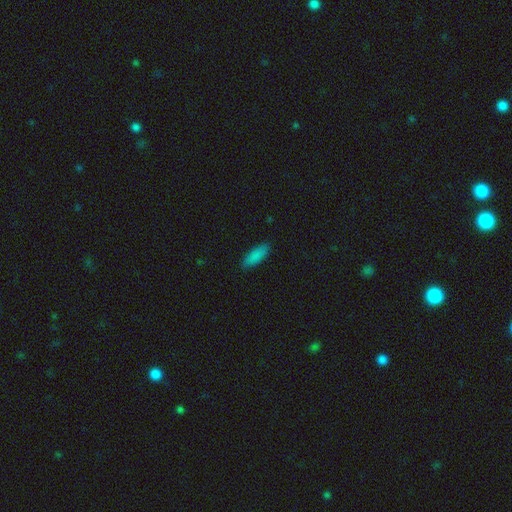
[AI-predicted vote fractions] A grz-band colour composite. It shows a smooth galaxy with no disk features (87%) that is in between round and cigar-shaped (63%). Merging: none (88%).